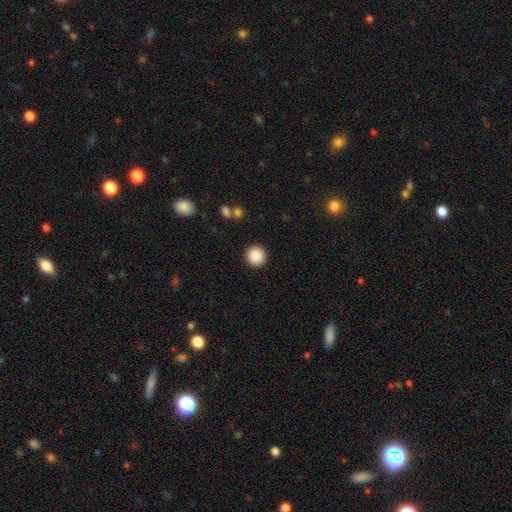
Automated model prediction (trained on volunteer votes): Q: Smooth or featured?
A: smooth (88%); runner-up: star or artifact (8%)
Q: How rounded?
A: round (95%); runner-up: in between (4%)
Q: Merging?
A: none (92%); runner-up: minor disturbance (5%)